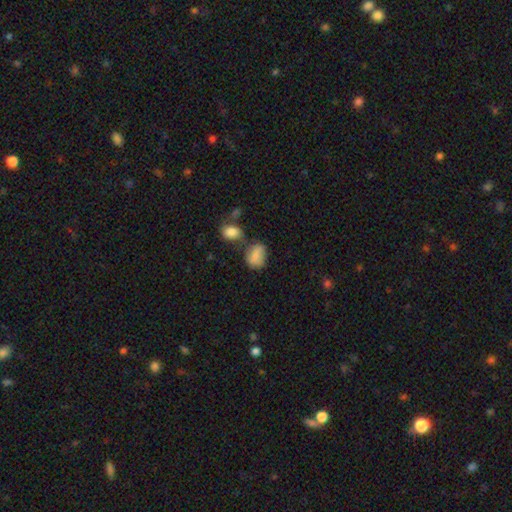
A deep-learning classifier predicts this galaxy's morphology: Smooth or featured? smooth (82%)
How rounded? in between (74%)
Merging? none (51%)